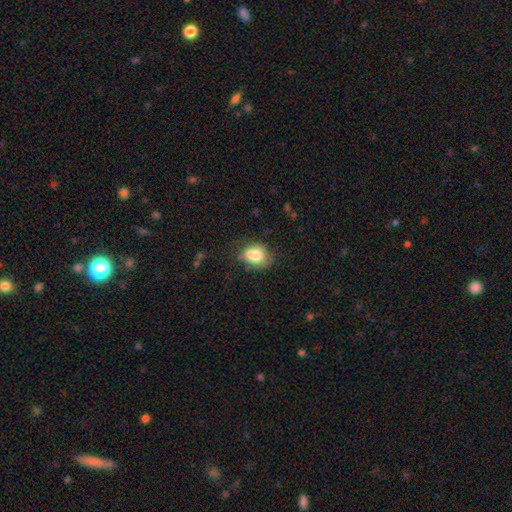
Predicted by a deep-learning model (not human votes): Smooth or featured: smooth — 78% (featured or disk — 13%)
How rounded: in between — 58% (round — 41%)
Merging: none — 54% (minor disturbance — 26%)